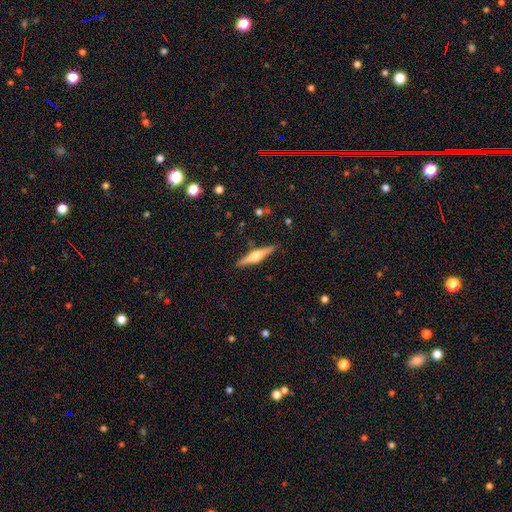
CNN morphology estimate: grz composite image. It shows a featured or disk galaxy (65%) viewed edge-on (97%) with a rounded central bulge (90%). Merging: none (89%).